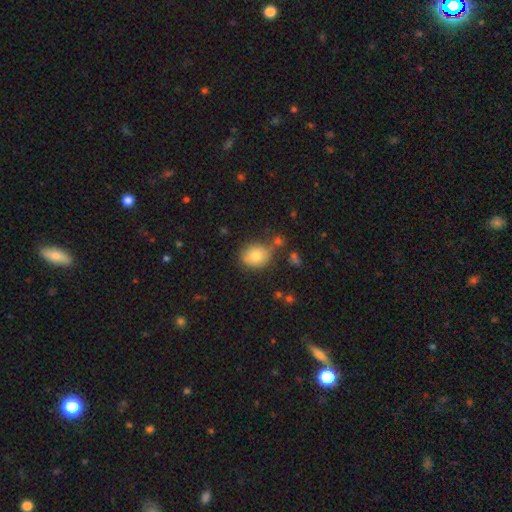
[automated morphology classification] Smooth or featured?
  - smooth: 80% *
  - featured or disk: 11%
  - star or artifact: 9%
How rounded?
  - round: 58% *
  - in between: 41%
  - cigar-shaped: 1%
Merging?
  - none: 73% *
  - minor disturbance: 16%
  - merger: 7%
  - major disturbance: 4%